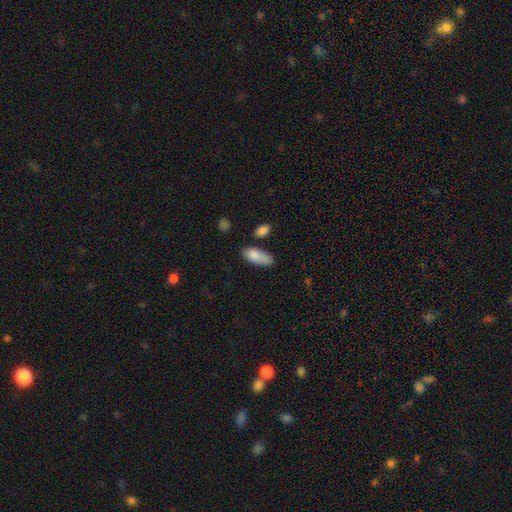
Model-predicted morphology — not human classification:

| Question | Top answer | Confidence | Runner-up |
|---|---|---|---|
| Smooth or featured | smooth | 85% | featured or disk (9%) |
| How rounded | in between | 83% | cigar-shaped (14%) |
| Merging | none | 63% | minor disturbance (23%) |